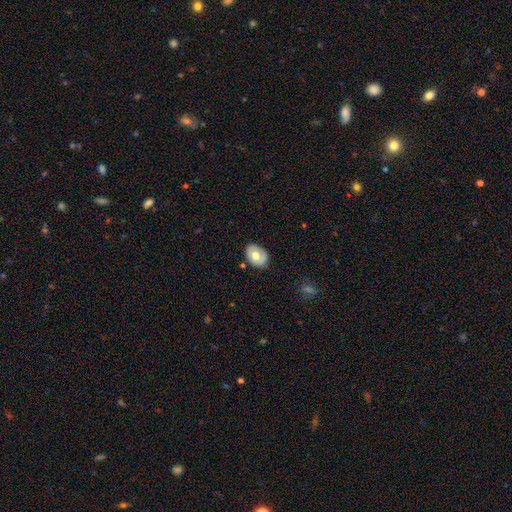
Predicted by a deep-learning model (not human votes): Q: Smooth or featured?
A: smooth (61%); runner-up: featured or disk (32%)
Q: How rounded?
A: in between (70%); runner-up: round (29%)
Q: Merging?
A: none (82%); runner-up: minor disturbance (14%)